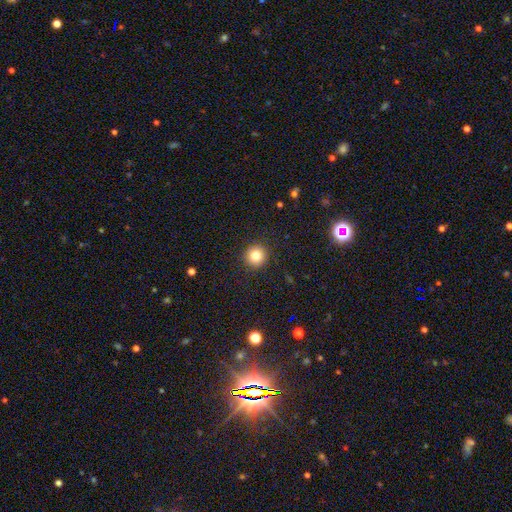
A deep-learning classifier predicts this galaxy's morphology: type=smooth (82%); roundness=round (95%); merging=none (92%).